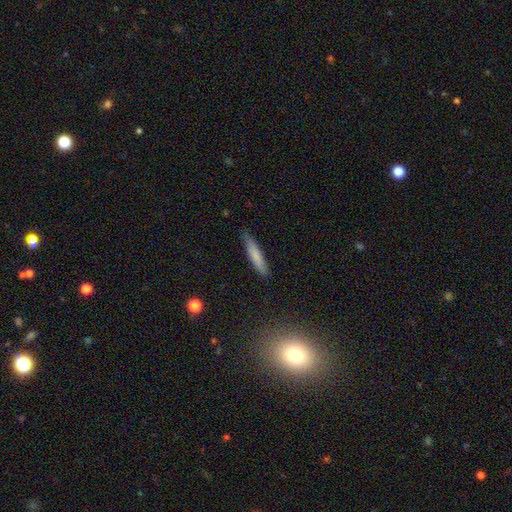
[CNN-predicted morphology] A smooth galaxy with no disk features (79%) that is cigar-shaped (88%).

Vote fractions:
- Smooth or featured? smooth: 79% / featured or disk: 15% / star or artifact: 6%
- How rounded? cigar-shaped: 88% / in between: 11% / round: 1%
- Merging? none: 85% / minor disturbance: 12% / major disturbance: 2% / merger: 1%